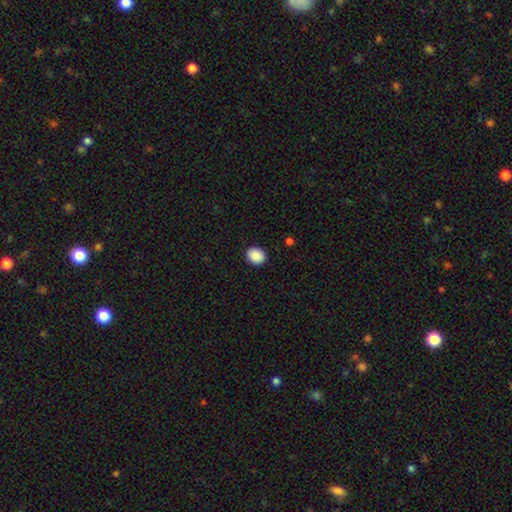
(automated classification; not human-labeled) Smooth or featured?
  - smooth: 90% *
  - star or artifact: 8%
  - featured or disk: 2%
How rounded?
  - round: 74% *
  - in between: 26%
  - cigar-shaped: 1%
Merging?
  - none: 91% *
  - minor disturbance: 6%
  - major disturbance: 2%
  - merger: 1%